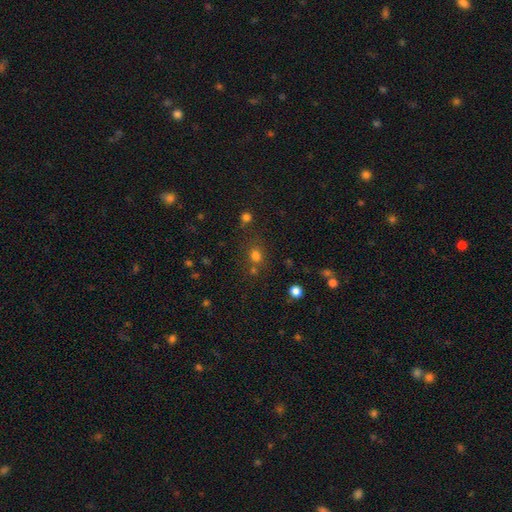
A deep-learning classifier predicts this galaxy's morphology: This appears to be a smooth galaxy with no disk features (74%) that is round (62%). Merging: none (64%).